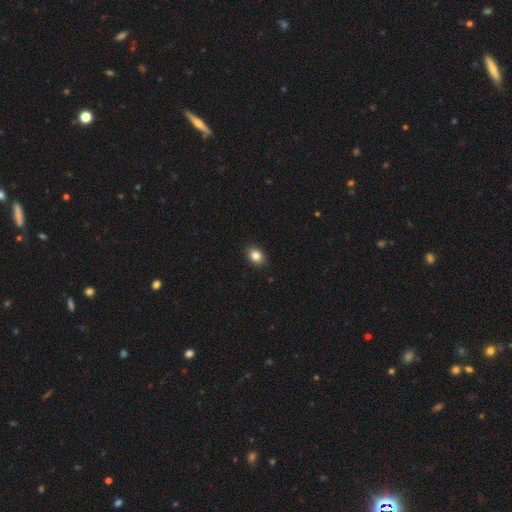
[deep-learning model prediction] This is clearly a smooth galaxy (83%). How rounded: likely in between (67%). Merging: clearly none (90%).